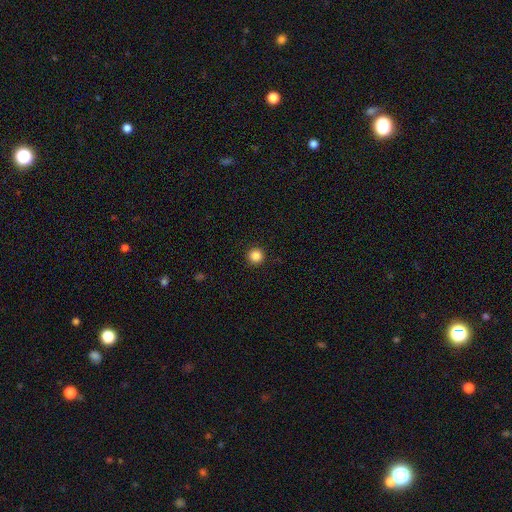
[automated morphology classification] A smooth galaxy with no disk features (86%) that is round (96%).

Vote fractions:
- Smooth or featured? smooth: 86% / star or artifact: 11% / featured or disk: 3%
- How rounded? round: 96% / in between: 3% / cigar-shaped: 1%
- Merging? none: 93% / minor disturbance: 4% / major disturbance: 2% / merger: 1%